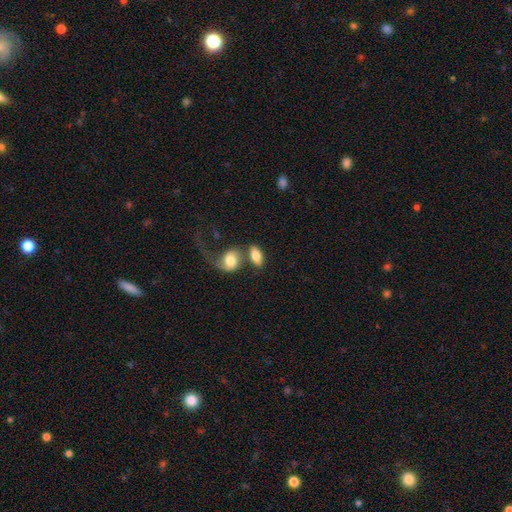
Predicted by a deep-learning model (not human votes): This is likely a smooth galaxy (74%). How rounded: clearly in between (84%). Merging: marginally merger (42%).